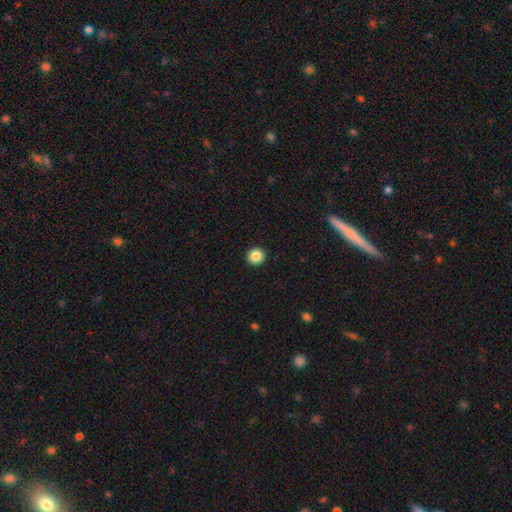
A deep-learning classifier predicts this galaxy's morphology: Smooth or featured? smooth (86%)
How rounded? round (94%)
Merging? none (93%)